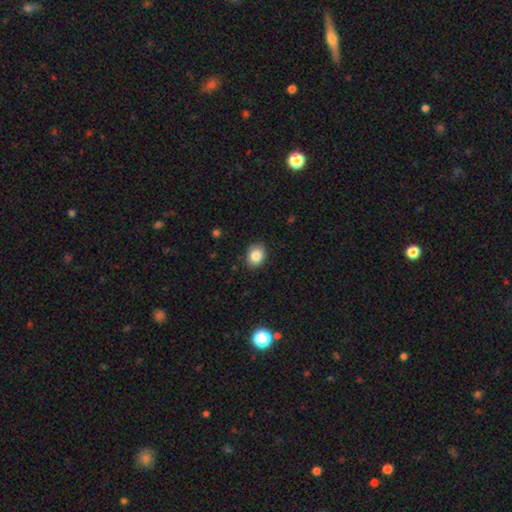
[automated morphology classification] This is clearly a smooth galaxy (85%). How rounded: possibly in between (50%). Merging: clearly none (88%).